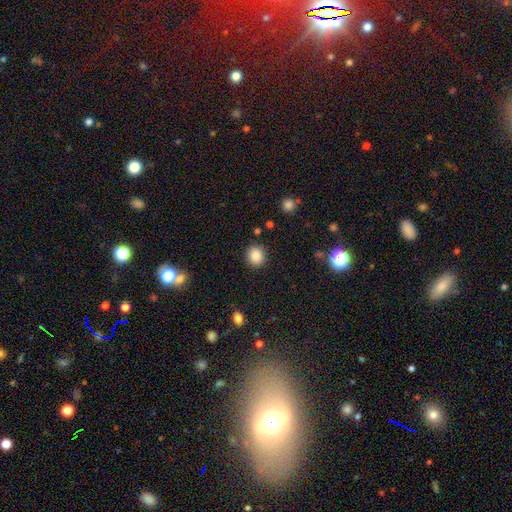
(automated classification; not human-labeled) This is clearly a smooth galaxy (86%). How rounded: clearly round (83%). Merging: clearly none (89%).